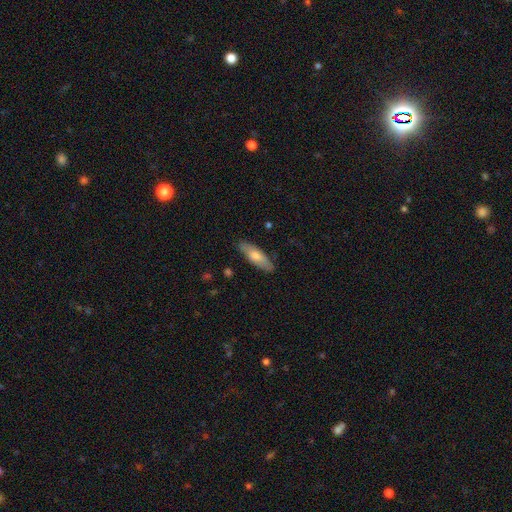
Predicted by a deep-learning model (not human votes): This is likely a smooth galaxy (67%). How rounded: possibly in between (54%). Merging: clearly none (85%).